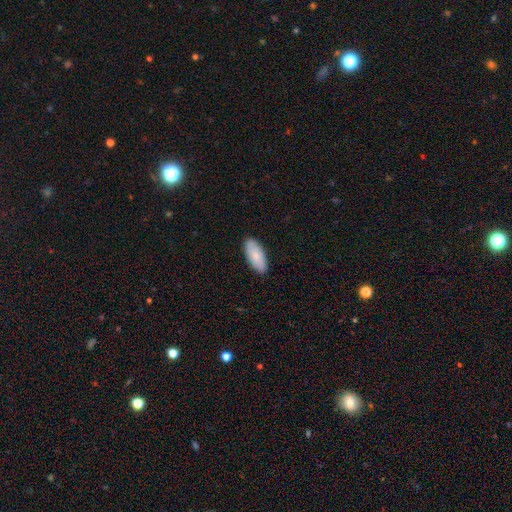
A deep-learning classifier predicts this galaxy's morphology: Q: Smooth or featured?
A: smooth (83%); runner-up: featured or disk (11%)
Q: How rounded?
A: in between (88%); runner-up: cigar-shaped (10%)
Q: Merging?
A: none (87%); runner-up: minor disturbance (10%)